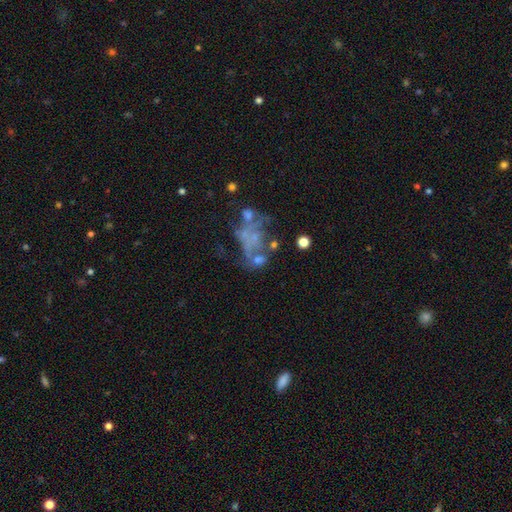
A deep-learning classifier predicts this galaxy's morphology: type=featured or disk (58%); edge-on=no (98%); bar=no (91%); spiral arms=no (87%); bulge=none (74%); merging=major disturbance (35%).